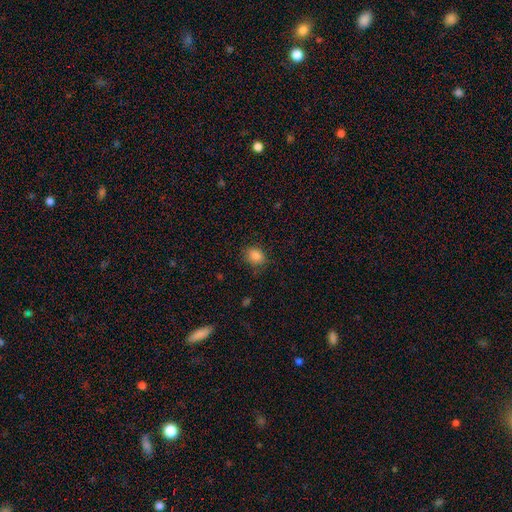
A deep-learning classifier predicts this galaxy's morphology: This is clearly a smooth galaxy (85%). How rounded: possibly in between (59%). Merging: likely none (79%).